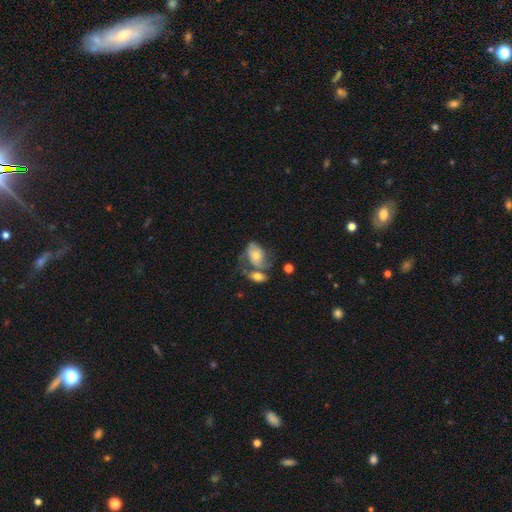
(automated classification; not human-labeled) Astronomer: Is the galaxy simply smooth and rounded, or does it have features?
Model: featured or disk — 51% (runner-up: smooth, 41%).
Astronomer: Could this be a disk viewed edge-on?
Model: no — 95%.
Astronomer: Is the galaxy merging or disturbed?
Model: merger — 41% (runner-up: none, 24%).